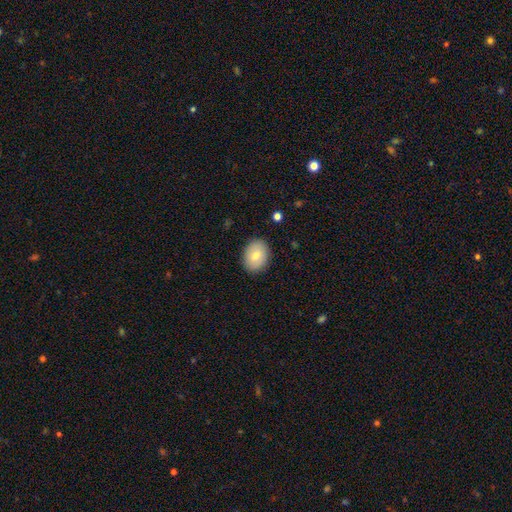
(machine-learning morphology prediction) smooth_or_featured: smooth (p=0.74) [alt: featured or disk p=0.19]
how_rounded: in between (p=0.56) [alt: round p=0.43]
merging: none (p=0.88) [alt: minor disturbance p=0.09]